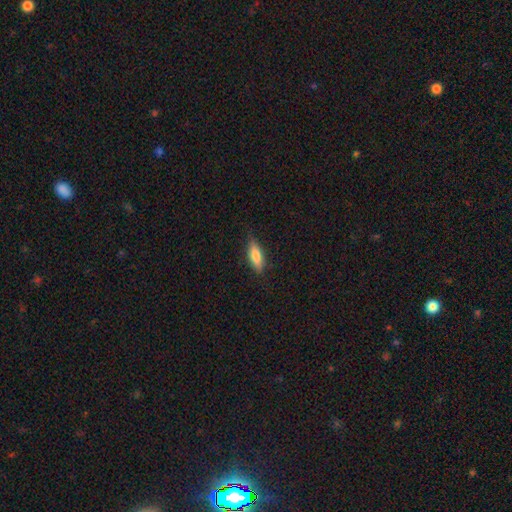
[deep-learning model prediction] Morphology: type=smooth (78%); roundness=in between (63%); merging=none (80%).